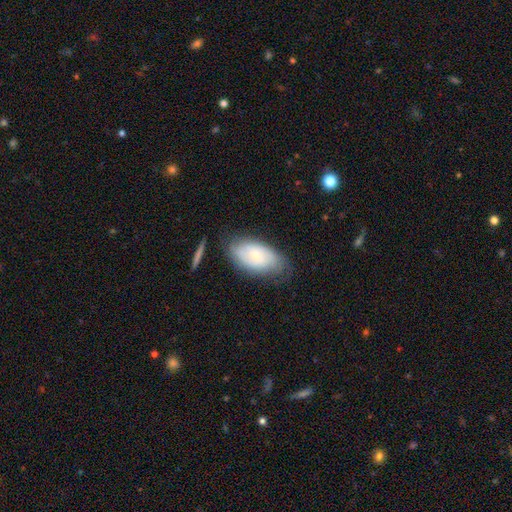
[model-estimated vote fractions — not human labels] This is possibly a smooth galaxy (56%). How rounded: clearly in between (93%). Merging: likely none (65%).